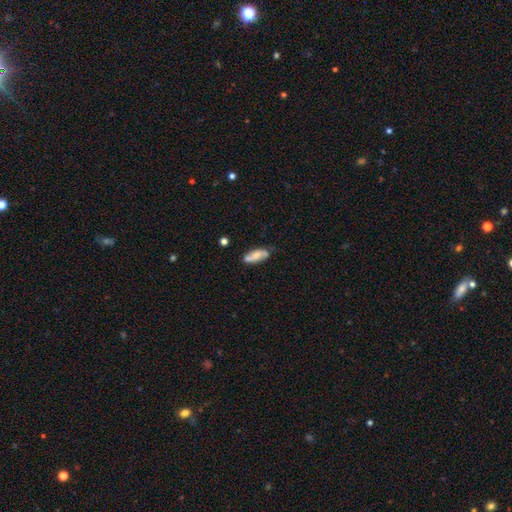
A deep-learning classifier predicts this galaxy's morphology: This is possibly a smooth galaxy (51%). How rounded: likely in between (73%). Merging: likely none (63%).